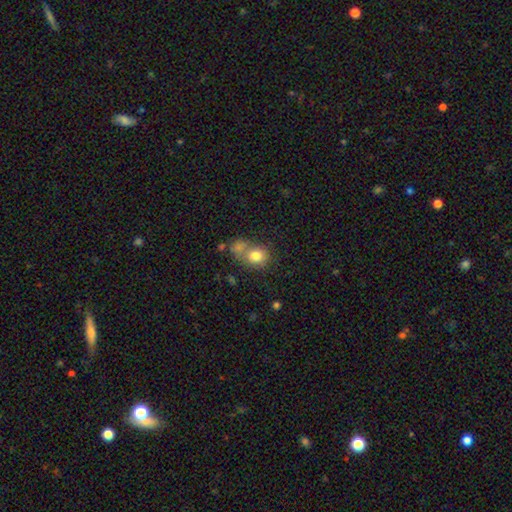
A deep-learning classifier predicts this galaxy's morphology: A smooth galaxy with no disk features (80%) that is round (58%). Merging: none (42%).